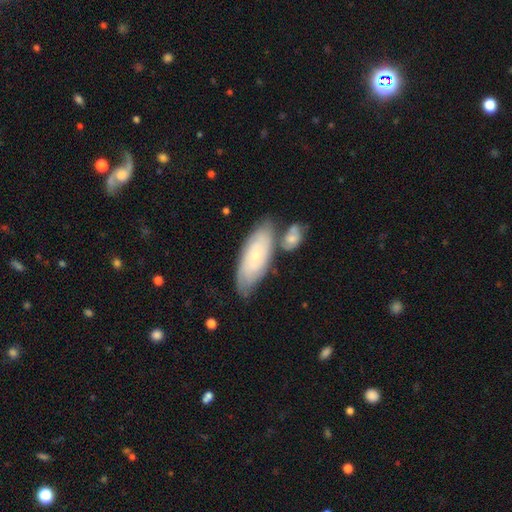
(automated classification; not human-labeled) smooth-or-featured: featured or disk: 48% | smooth: 45% | star or artifact: 6%
  merging: none: 59% | merger: 19% | minor disturbance: 17% | major disturbance: 5%